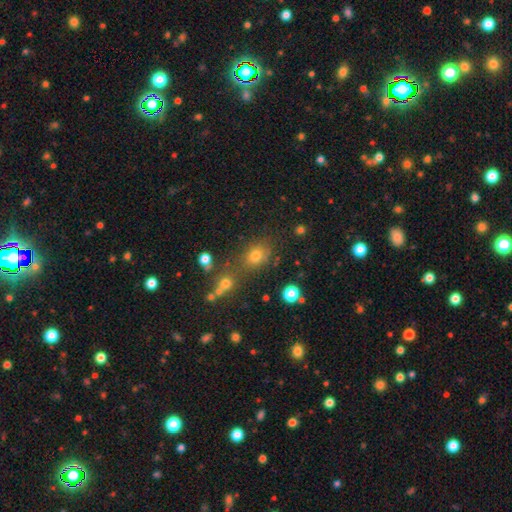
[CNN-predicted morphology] This appears to be a smooth galaxy with no disk features (68%) that is round (57%). Merging: none (62%).